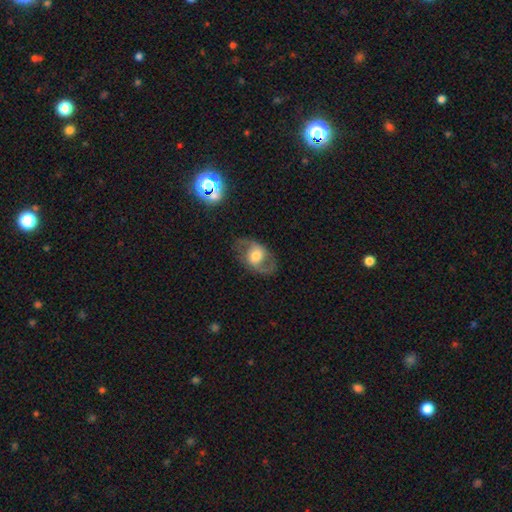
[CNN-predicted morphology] smooth_or_featured: featured or disk (p=0.71) [alt: smooth p=0.23]
disk_edge_on: no (p=0.94) [alt: yes p=0.06]
bar: no (p=0.55) [alt: weak p=0.33]
has_spiral_arms: yes (p=0.81) [alt: no p=0.19]
spiral_winding: medium (p=0.49) [alt: loose p=0.37]
spiral_arm_count: 2 (p=0.89) [alt: can't tell p=0.06]
bulge_size: moderate (p=0.57) [alt: large p=0.25]
merging: none (p=0.77) [alt: minor disturbance p=0.13]